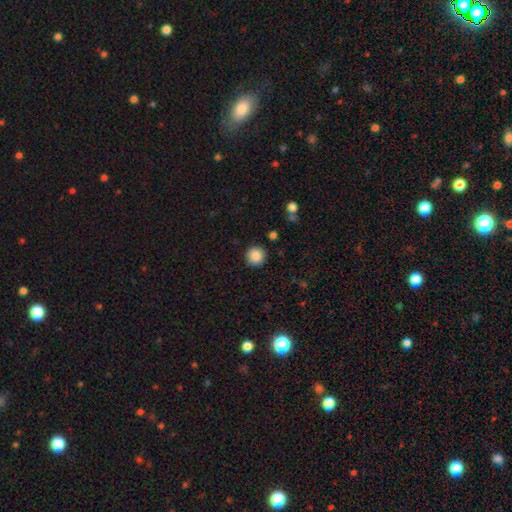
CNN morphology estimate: smooth_or_featured: smooth (p=0.87) [alt: star or artifact p=0.09]
how_rounded: round (p=0.94) [alt: in between p=0.05]
merging: none (p=0.91) [alt: minor disturbance p=0.06]